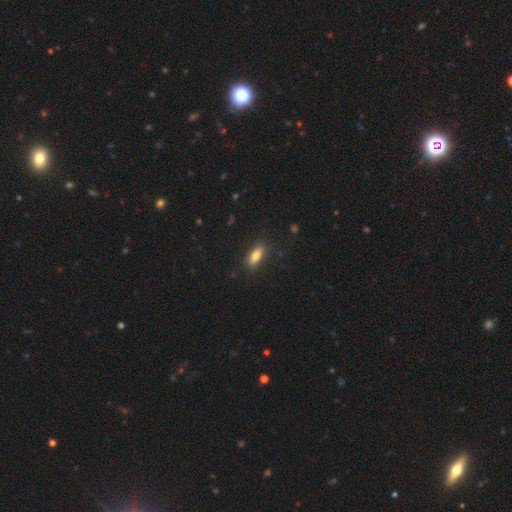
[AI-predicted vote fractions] smooth_or_featured: smooth (p=0.83) [alt: featured or disk p=0.09]
how_rounded: in between (p=0.75) [alt: cigar-shaped p=0.22]
merging: none (p=0.84) [alt: minor disturbance p=0.12]